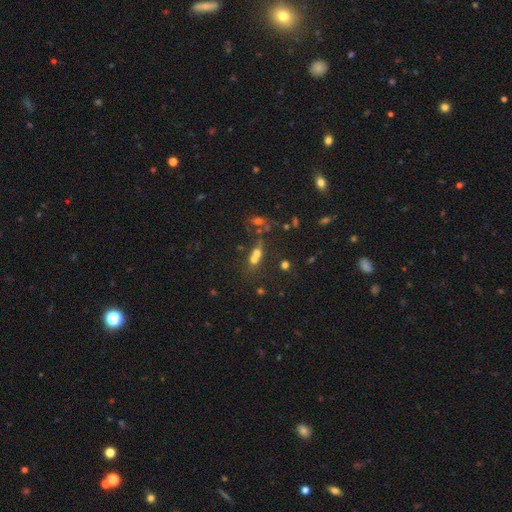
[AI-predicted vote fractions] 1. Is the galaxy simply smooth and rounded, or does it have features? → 53% smooth, 24% featured or disk, 23% star or artifact.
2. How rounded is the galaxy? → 57% round, 35% in between, 8% cigar-shaped.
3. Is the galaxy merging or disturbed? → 55% merger, 30% none, 8% minor disturbance, 7% major disturbance.